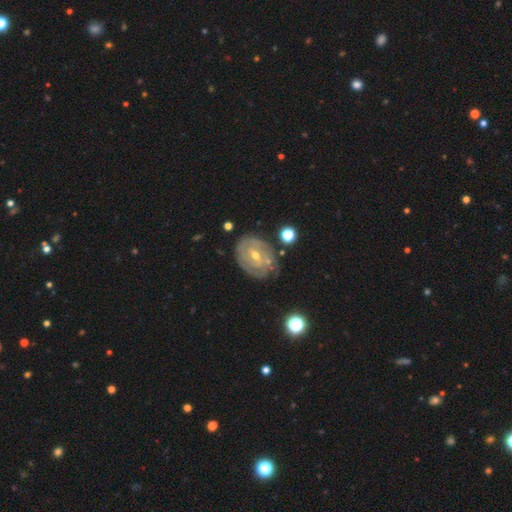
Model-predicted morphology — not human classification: Smooth or featured? Predicted: featured or disk (p=0.79). Edge-on disk? Predicted: no (p=0.96). Bar? Predicted: weak (p=0.45). Spiral arms? Predicted: yes (p=0.82). Spiral winding? Predicted: tight (p=0.74). Spiral arm count? Predicted: can't tell (p=0.44). Bulge size? Predicted: small (p=0.52). Merging? Predicted: none (p=0.70).